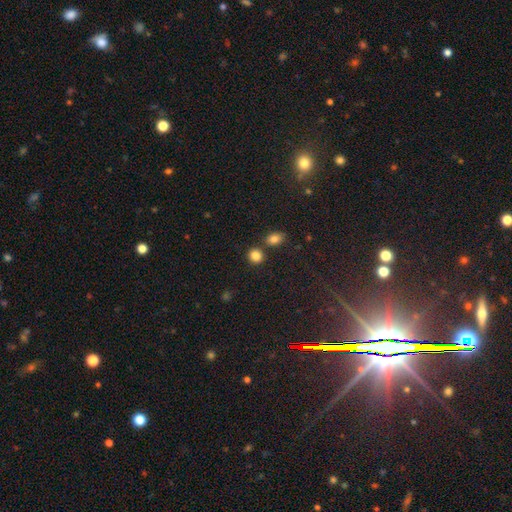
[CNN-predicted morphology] type=smooth (85%); roundness=round (77%); merging=none (74%).